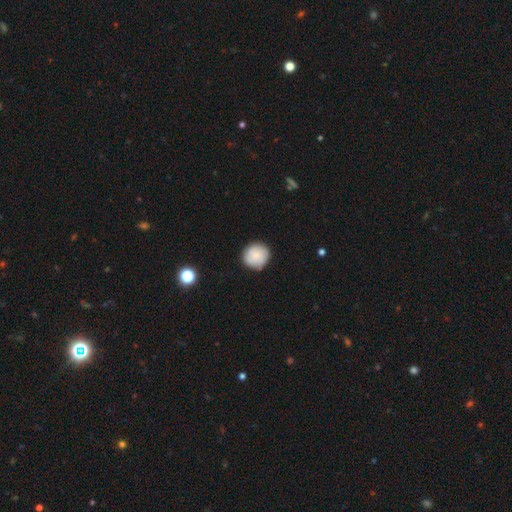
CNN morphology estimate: The model was most divided on "smooth or featured": smooth: 76%, featured or disk: 16%, star or artifact: 8%. More confident: how rounded — round (91%); merging — none (83%).